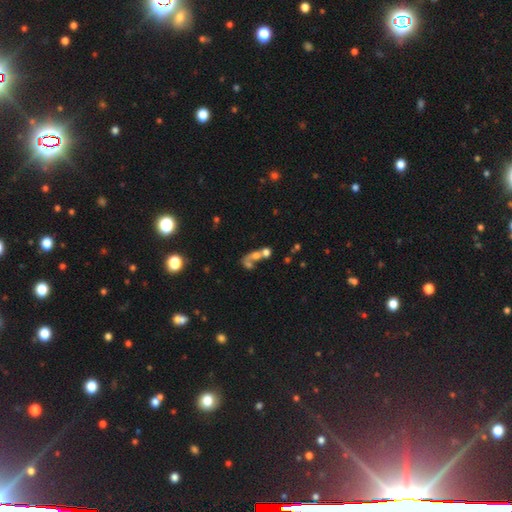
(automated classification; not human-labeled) Smooth or featured? smooth (41%)
Merging? merger (45%)